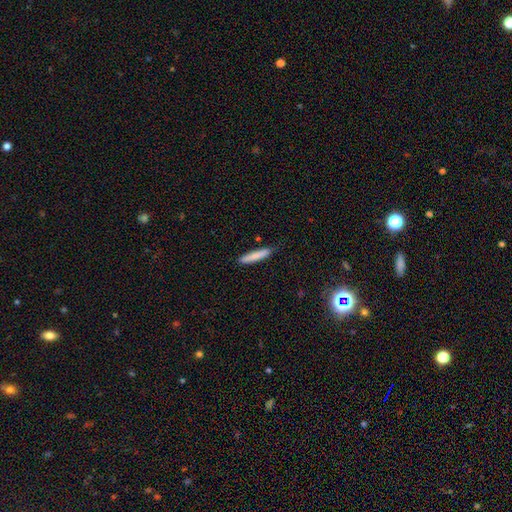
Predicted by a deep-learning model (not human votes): A smooth galaxy with no disk features (82%) that is cigar-shaped (90%).

Vote fractions:
- Smooth or featured? smooth: 82% / featured or disk: 11% / star or artifact: 6%
- How rounded? cigar-shaped: 90% / in between: 9% / round: 1%
- Merging? none: 84% / minor disturbance: 13% / major disturbance: 2% / merger: 2%